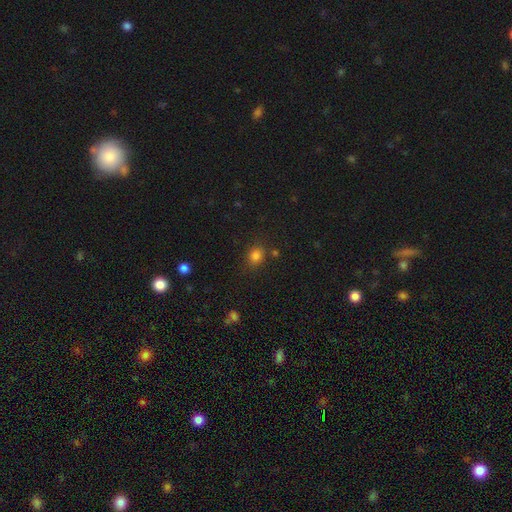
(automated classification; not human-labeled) Smooth or featured?
  - smooth: 81% *
  - star or artifact: 14%
  - featured or disk: 5%
How rounded?
  - round: 68% *
  - in between: 31%
  - cigar-shaped: 1%
Merging?
  - none: 80% *
  - minor disturbance: 12%
  - merger: 4%
  - major disturbance: 4%